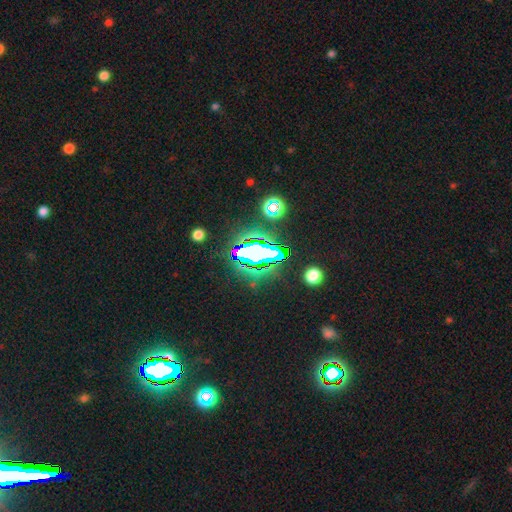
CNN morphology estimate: This is likely a star or artifact rather than a galaxy (71%).